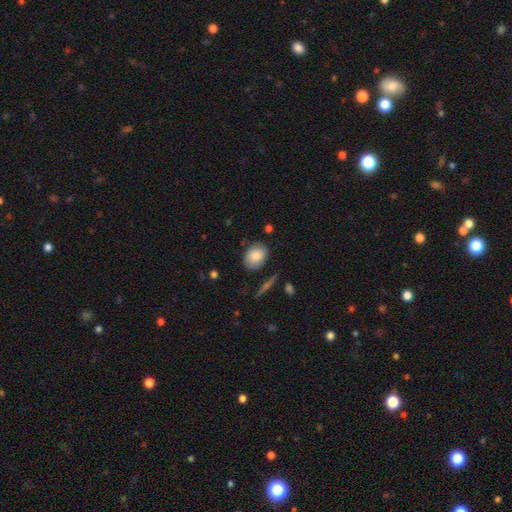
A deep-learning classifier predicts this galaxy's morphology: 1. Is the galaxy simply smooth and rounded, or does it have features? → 82% smooth, 10% featured or disk, 8% star or artifact.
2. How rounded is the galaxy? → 64% in between, 35% round, 1% cigar-shaped.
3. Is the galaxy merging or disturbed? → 79% none, 15% minor disturbance, 3% major disturbance, 2% merger.